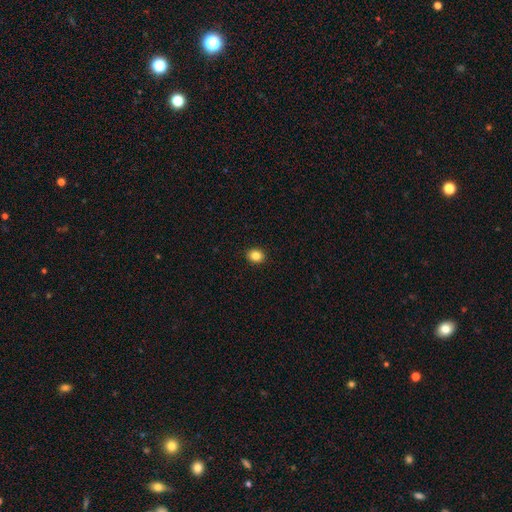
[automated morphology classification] smooth-or-featured: smooth: 84% | star or artifact: 10% | featured or disk: 6%
  how-rounded: round: 67% | in between: 32% | cigar-shaped: 1%
  merging: none: 92% | minor disturbance: 5% | major disturbance: 2% | merger: 1%